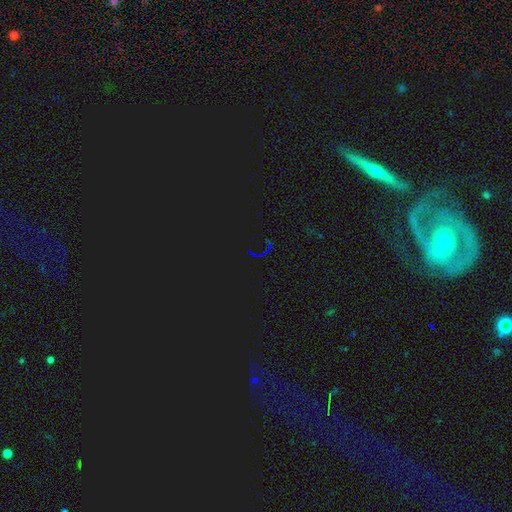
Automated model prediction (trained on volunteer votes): Smooth or featured: star or artifact — 83% (smooth — 9%)